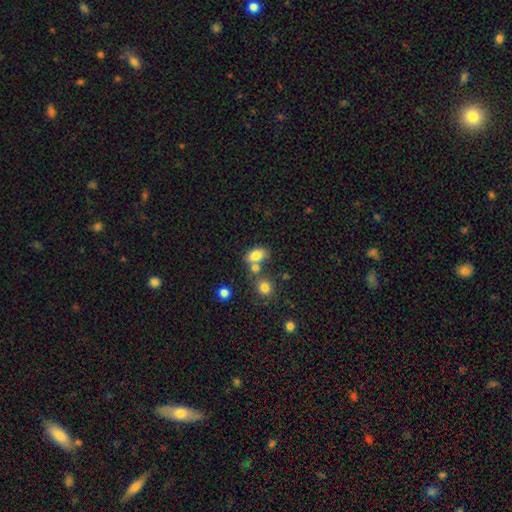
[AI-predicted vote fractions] Smooth or featured? smooth (81%)
How rounded? in between (85%)
Merging? none (48%)